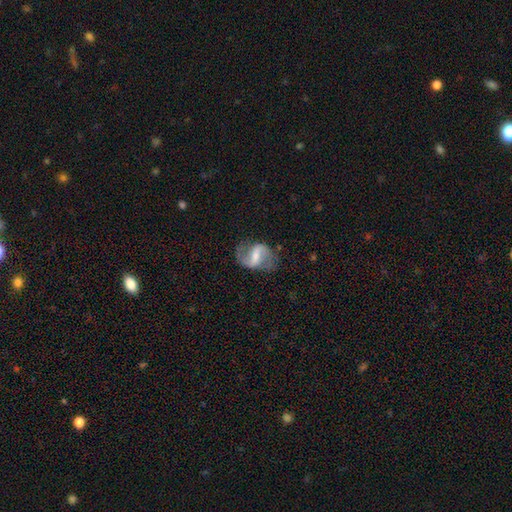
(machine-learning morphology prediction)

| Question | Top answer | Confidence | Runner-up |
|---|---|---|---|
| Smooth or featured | featured or disk | 82% | smooth (12%) |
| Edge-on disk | no | 97% | yes (3%) |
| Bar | strong | 52% | weak (38%) |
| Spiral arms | yes | 91% | no (9%) |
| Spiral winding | loose | 45% | medium (43%) |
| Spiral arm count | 2 | 90% | can't tell (4%) |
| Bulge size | moderate | 38% | small (37%) |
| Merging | none | 70% | minor disturbance (17%) |